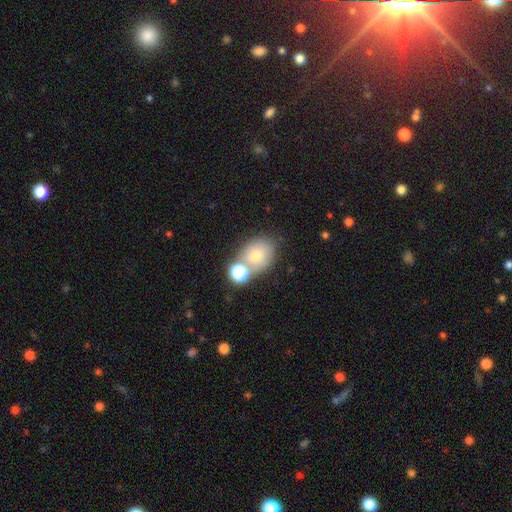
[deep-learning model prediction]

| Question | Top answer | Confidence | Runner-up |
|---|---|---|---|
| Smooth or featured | smooth | 71% | featured or disk (16%) |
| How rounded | round | 56% | in between (43%) |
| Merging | none | 52% | merger (28%) |